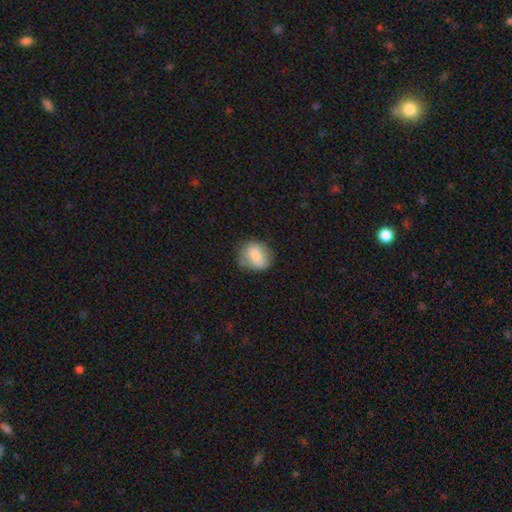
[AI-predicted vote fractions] Smooth or featured? Predicted: smooth (p=0.76). How rounded? Predicted: round (p=0.60). Merging? Predicted: none (p=0.69).